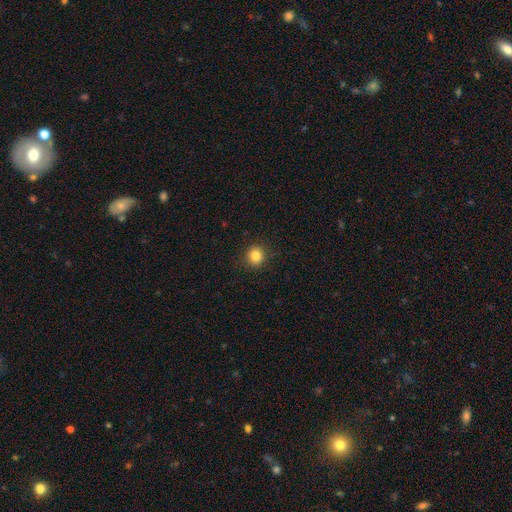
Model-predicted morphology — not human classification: Smooth or featured? smooth (84%)
How rounded? round (88%)
Merging? none (91%)